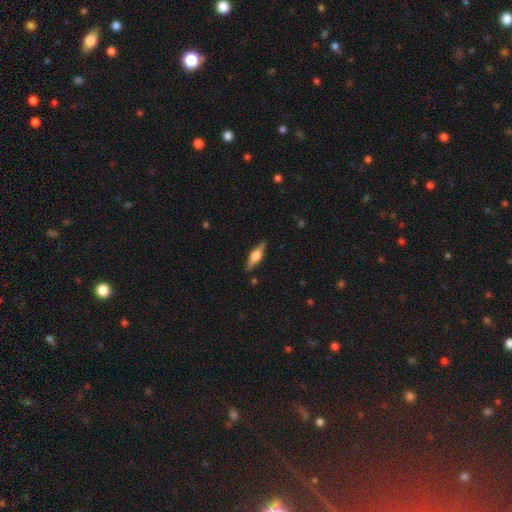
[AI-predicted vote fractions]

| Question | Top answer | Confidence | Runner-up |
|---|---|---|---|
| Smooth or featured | featured or disk | 68% | smooth (26%) |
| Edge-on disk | yes | 96% | no (4%) |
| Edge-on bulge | rounded | 89% | boxy (10%) |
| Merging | none | 88% | minor disturbance (9%) |